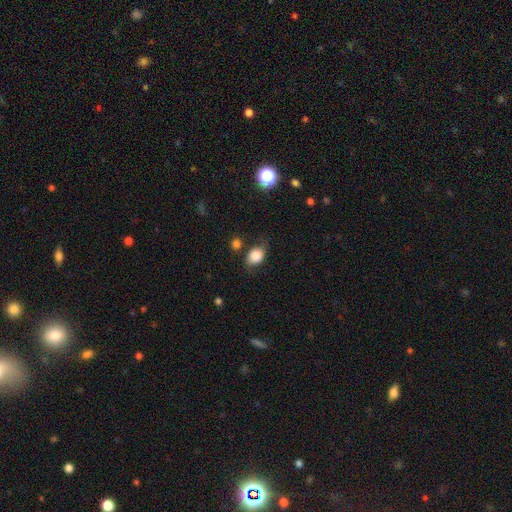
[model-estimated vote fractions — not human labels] This is clearly a smooth galaxy (81%). How rounded: likely in between (64%). Merging: likely none (64%).